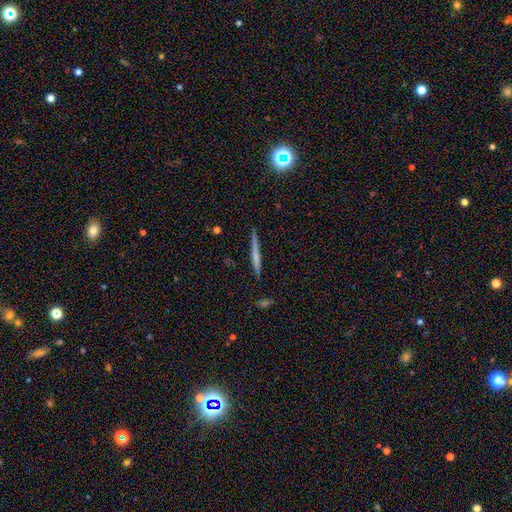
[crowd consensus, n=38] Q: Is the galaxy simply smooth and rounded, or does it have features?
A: featured or disk — 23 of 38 (61%).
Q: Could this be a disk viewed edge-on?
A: yes — 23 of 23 (100%).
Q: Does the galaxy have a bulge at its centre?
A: none — 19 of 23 (83%).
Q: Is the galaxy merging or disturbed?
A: none — 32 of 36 (89%).